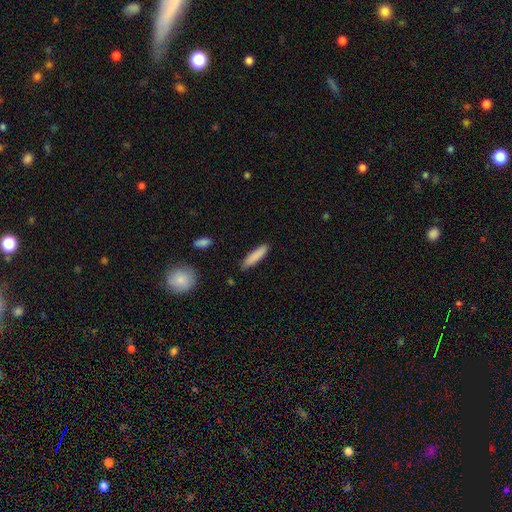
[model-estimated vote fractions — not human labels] A smooth galaxy with no disk features (86%) that is cigar-shaped (80%).

Vote fractions:
- Smooth or featured? smooth: 86% / featured or disk: 8% / star or artifact: 6%
- How rounded? cigar-shaped: 80% / in between: 19% / round: 1%
- Merging? none: 85% / minor disturbance: 11% / major disturbance: 2% / merger: 2%